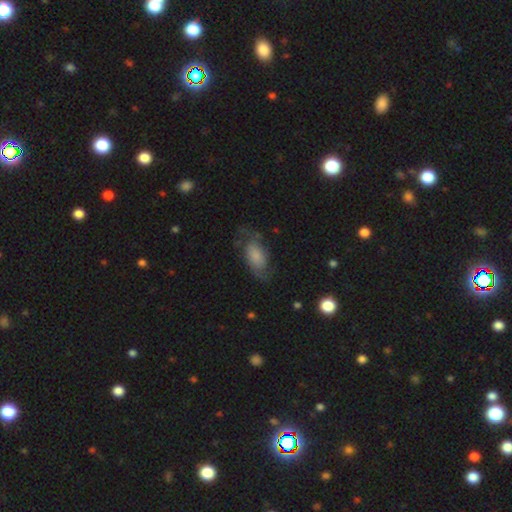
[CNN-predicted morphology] Q: Smooth or featured?
A: featured or disk (47%); runner-up: smooth (45%)
Q: Merging?
A: none (58%); runner-up: minor disturbance (24%)